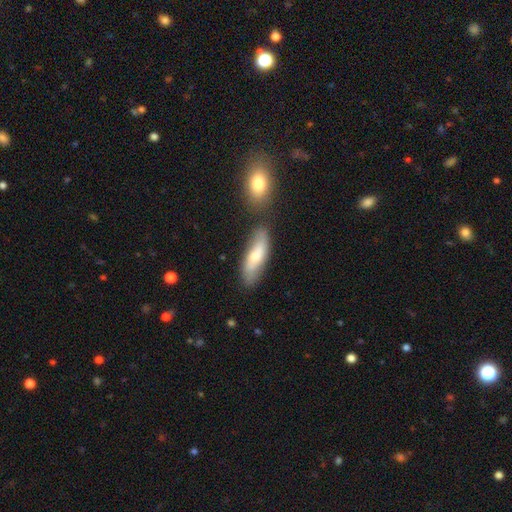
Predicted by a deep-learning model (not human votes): This is likely a smooth galaxy (63%). How rounded: possibly in between (55%). Merging: likely none (63%).